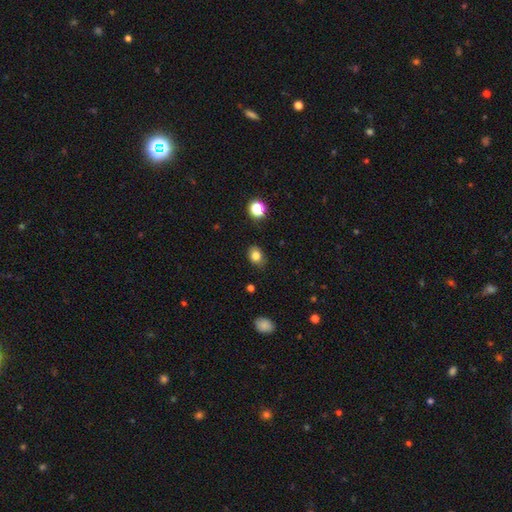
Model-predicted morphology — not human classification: This is clearly a smooth galaxy (82%). How rounded: likely in between (62%). Merging: clearly none (81%).